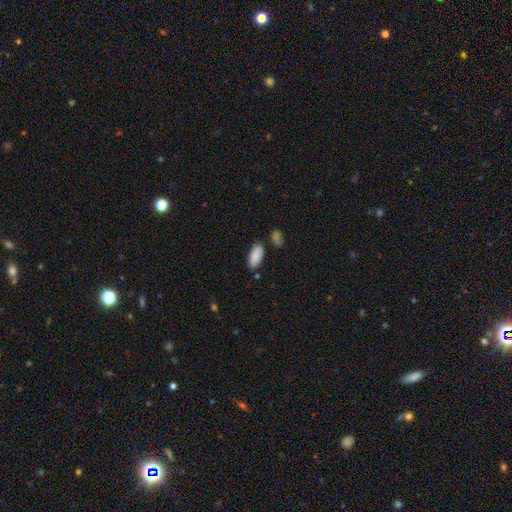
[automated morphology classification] A smooth galaxy with no disk features (89%) that is in between round and cigar-shaped (88%).

Vote fractions:
- Smooth or featured? smooth: 89% / star or artifact: 6% / featured or disk: 4%
- How rounded? in between: 88% / cigar-shaped: 10% / round: 2%
- Merging? none: 78% / minor disturbance: 13% / merger: 6% / major disturbance: 3%